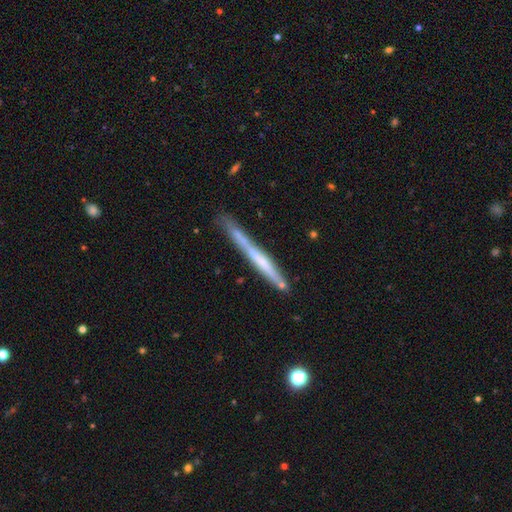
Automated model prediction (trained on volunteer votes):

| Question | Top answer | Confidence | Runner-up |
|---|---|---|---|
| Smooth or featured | featured or disk | 57% | smooth (36%) |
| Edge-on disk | yes | 95% | no (5%) |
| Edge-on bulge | none | 73% | rounded (18%) |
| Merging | none | 74% | minor disturbance (18%) |